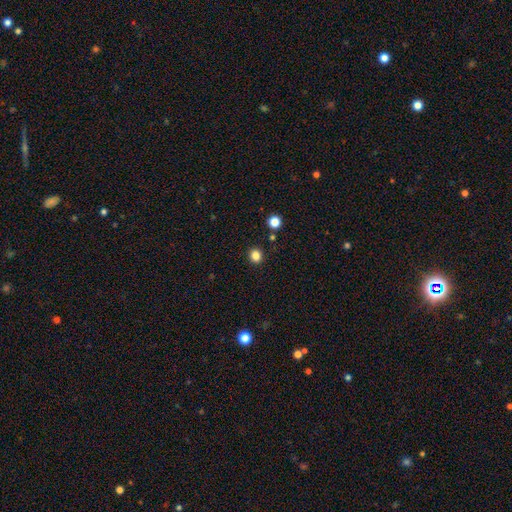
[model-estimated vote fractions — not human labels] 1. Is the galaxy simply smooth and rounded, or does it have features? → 83% smooth, 13% star or artifact, 4% featured or disk.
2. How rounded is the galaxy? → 84% round, 16% in between, 1% cigar-shaped.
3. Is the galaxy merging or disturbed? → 91% none, 6% minor disturbance, 2% merger, 2% major disturbance.